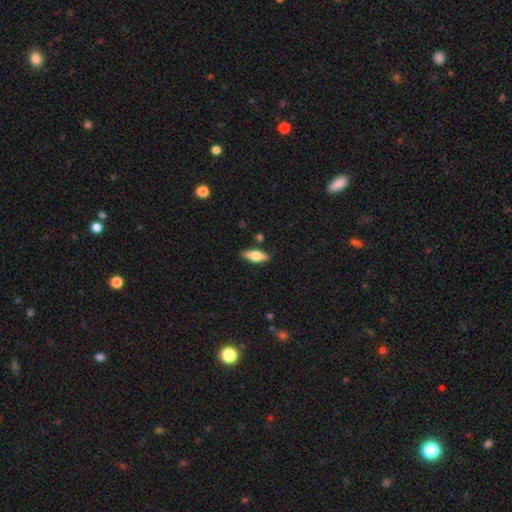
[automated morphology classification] The model was most divided on "smooth or featured": smooth: 56%, featured or disk: 38%, star or artifact: 7%. More confident: merging — none (85%); how rounded — in between (66%).